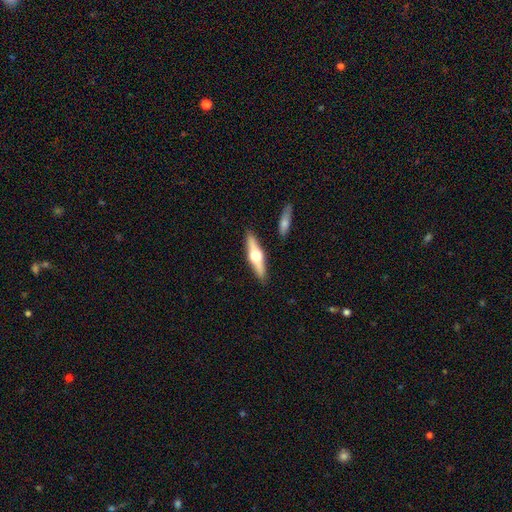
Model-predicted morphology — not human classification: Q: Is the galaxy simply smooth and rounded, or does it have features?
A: featured or disk — 66%.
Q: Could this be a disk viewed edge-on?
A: yes — 96%.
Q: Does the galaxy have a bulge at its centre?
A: rounded — 96%.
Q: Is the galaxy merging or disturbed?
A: none — 88%.